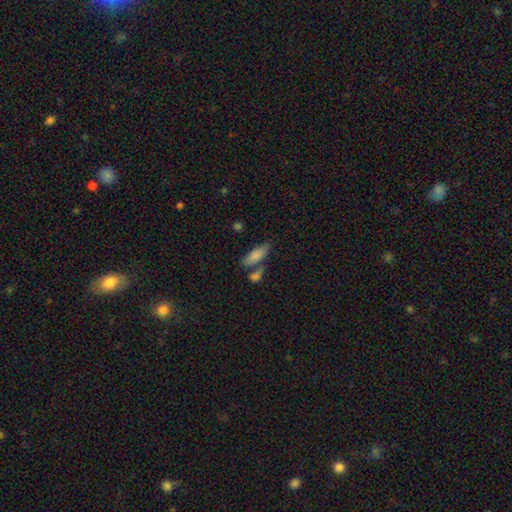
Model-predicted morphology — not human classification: The model was most divided on "merging": none: 52%, merger: 28%, minor disturbance: 14%, major disturbance: 6%. More confident: smooth or featured — smooth (81%); how rounded — in between (71%).